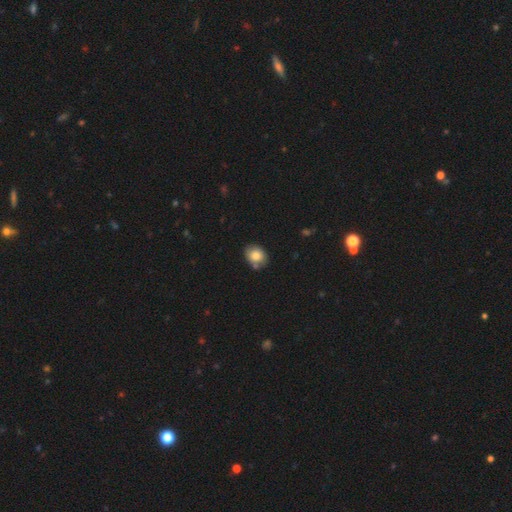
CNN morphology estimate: smooth-or-featured: smooth: 81% | featured or disk: 11% | star or artifact: 9%
  how-rounded: in between: 53% | round: 46% | cigar-shaped: 1%
  merging: none: 74% | minor disturbance: 17% | merger: 7% | major disturbance: 3%